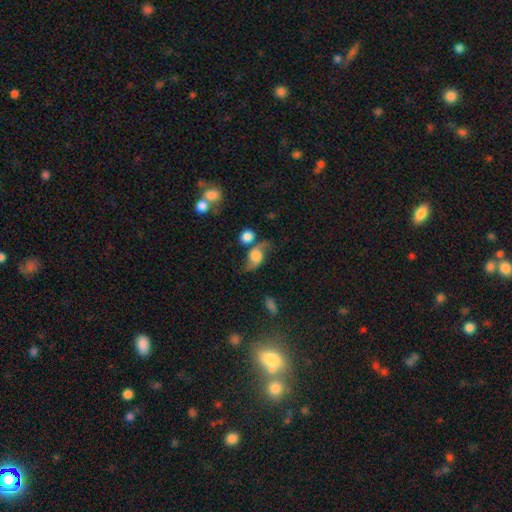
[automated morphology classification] The model was most divided on "bulge size": large: 38%, moderate: 26%, dominant: 13%, small: 12%, none: 10%. More confident: edge-on disk — no (93%); spiral arm count — 2 (92%); spiral arms — yes (90%); spiral winding — loose (84%); bar — no (67%); smooth or featured — featured or disk (61%); merging — none (51%).